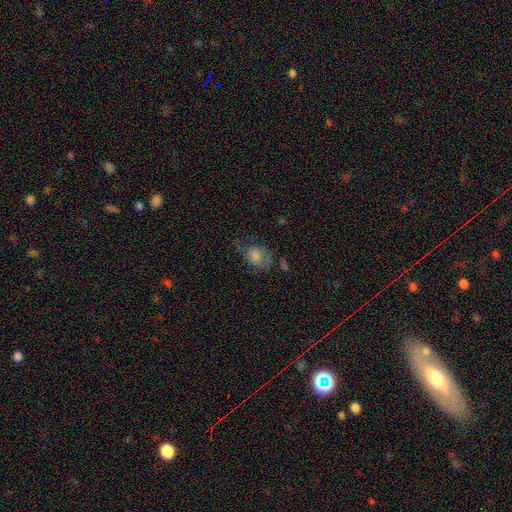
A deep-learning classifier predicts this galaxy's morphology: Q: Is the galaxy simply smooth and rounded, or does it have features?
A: smooth — 58%.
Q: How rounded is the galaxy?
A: in between — 51%.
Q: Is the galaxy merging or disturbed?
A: none — 46%.